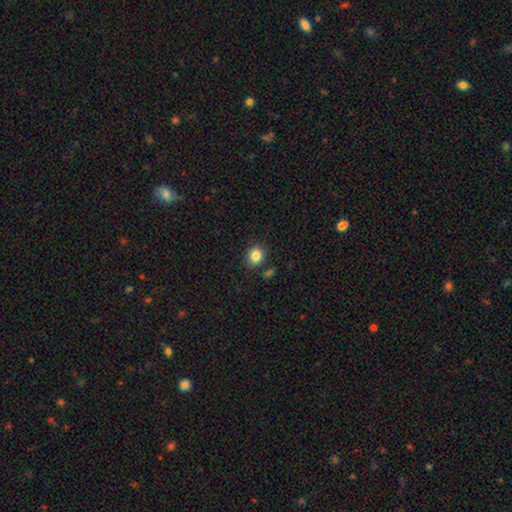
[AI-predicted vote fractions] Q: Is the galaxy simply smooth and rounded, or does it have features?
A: smooth — 84%.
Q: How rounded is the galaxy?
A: round — 70%.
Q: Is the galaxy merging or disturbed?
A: none — 83%.